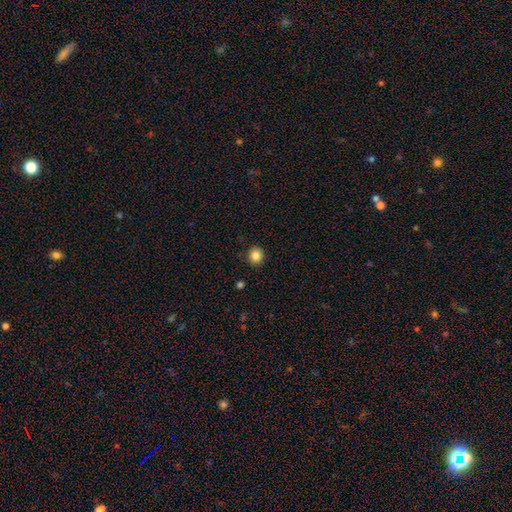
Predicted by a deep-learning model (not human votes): smooth_or_featured: smooth (p=0.84) [alt: star or artifact p=0.10]
how_rounded: round (p=0.81) [alt: in between p=0.18]
merging: none (p=0.91) [alt: minor disturbance p=0.06]